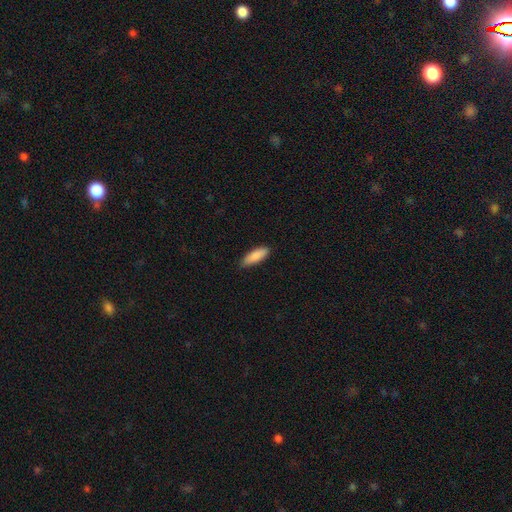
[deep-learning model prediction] The model was most divided on "how rounded": in between: 57%, cigar-shaped: 41%, round: 2%. More confident: smooth or featured — smooth (88%); merging — none (83%).